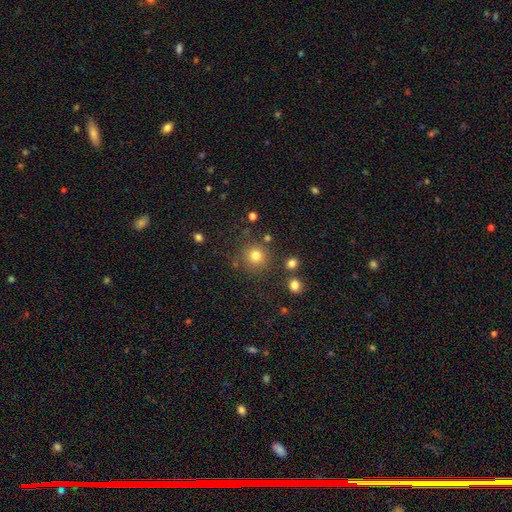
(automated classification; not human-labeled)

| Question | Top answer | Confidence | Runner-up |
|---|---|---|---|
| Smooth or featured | smooth | 79% | star or artifact (15%) |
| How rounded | round | 93% | in between (6%) |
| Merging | none | 83% | minor disturbance (8%) |